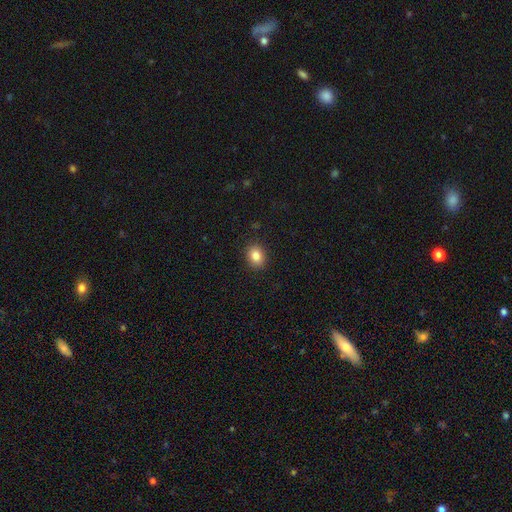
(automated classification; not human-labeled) smooth-or-featured: smooth: 84% | star or artifact: 10% | featured or disk: 6%
  how-rounded: round: 50% | in between: 49% | cigar-shaped: 1%
  merging: none: 90% | minor disturbance: 7% | major disturbance: 2% | merger: 1%